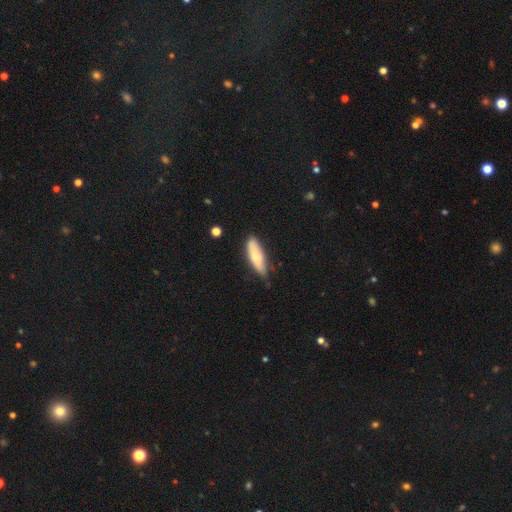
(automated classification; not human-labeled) A smooth galaxy with no disk features (78%) that is cigar-shaped (49%, tied with in between). Merging: none (64%).